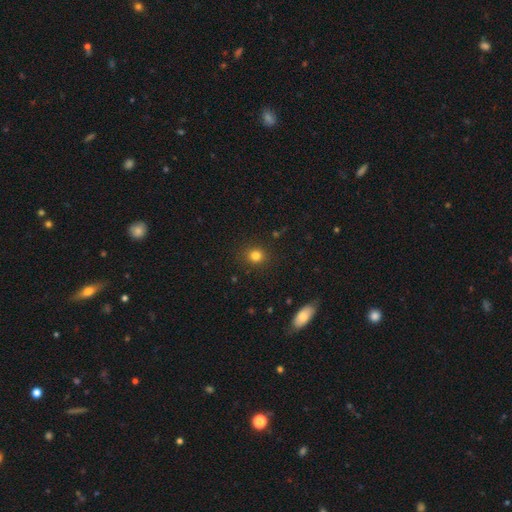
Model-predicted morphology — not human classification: A smooth galaxy with no disk features (81%) that is round (83%). Merging: none (89%).